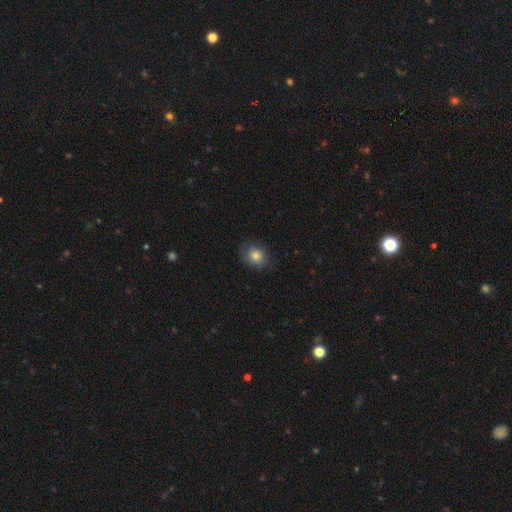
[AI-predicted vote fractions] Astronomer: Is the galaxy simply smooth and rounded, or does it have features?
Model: smooth — 76%.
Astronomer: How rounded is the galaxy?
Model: round — 61% (runner-up: in between, 38%).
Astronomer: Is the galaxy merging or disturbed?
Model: none — 72%.